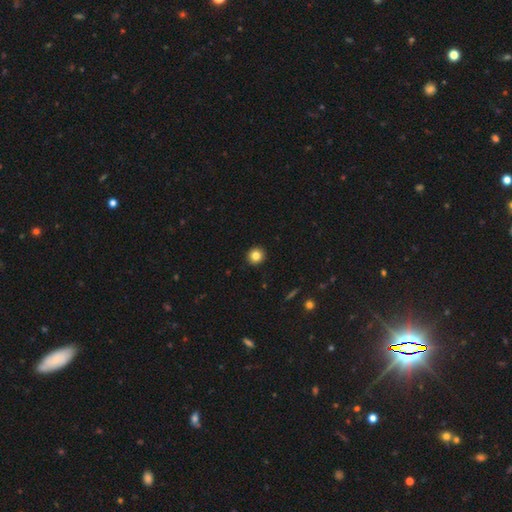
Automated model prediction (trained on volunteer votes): Morphology: type=smooth (83%); roundness=round (93%); merging=none (93%).